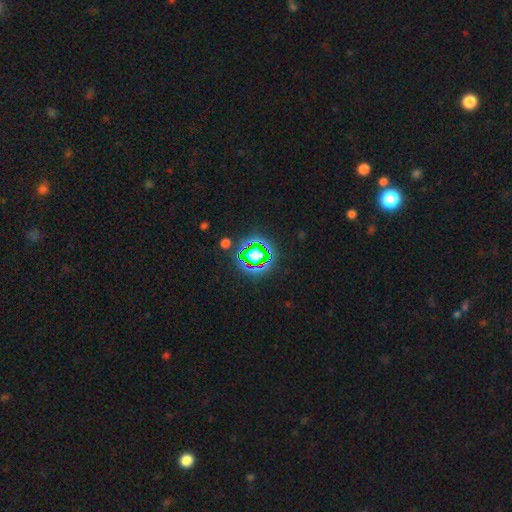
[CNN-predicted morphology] type=star or artifact (63%).